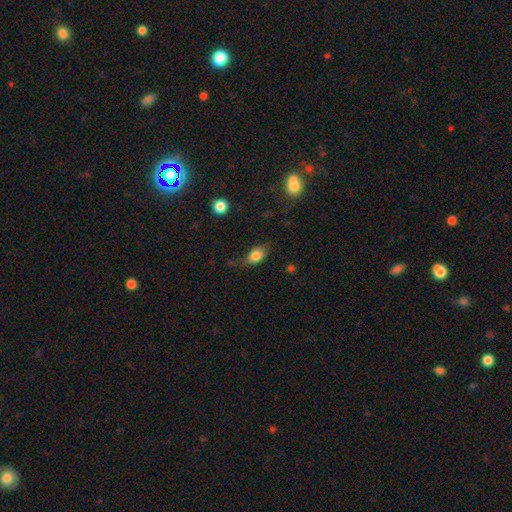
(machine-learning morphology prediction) A smooth galaxy with no disk features (81%) that is in between round and cigar-shaped (79%).

Vote fractions:
- Smooth or featured? smooth: 81% / featured or disk: 10% / star or artifact: 9%
- How rounded? in between: 79% / round: 18% / cigar-shaped: 3%
- Merging? none: 59% / minor disturbance: 29% / major disturbance: 10% / merger: 2%